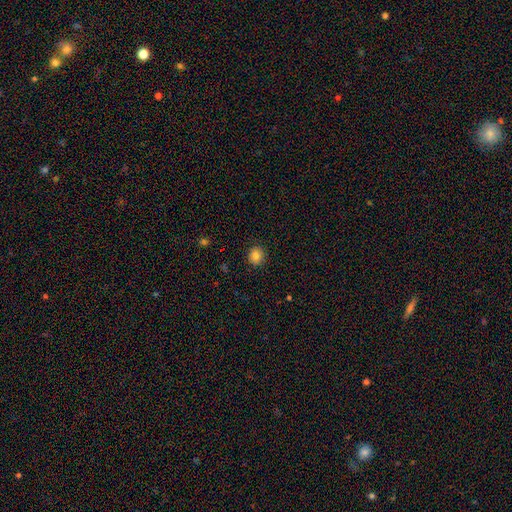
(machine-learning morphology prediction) Smooth or featured: smooth — 83% (star or artifact — 11%)
How rounded: round — 85% (in between — 15%)
Merging: none — 90% (minor disturbance — 7%)